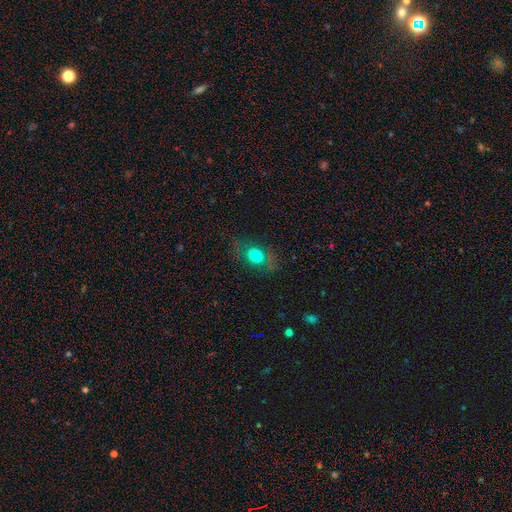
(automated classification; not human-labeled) Q: Smooth or featured?
A: smooth (71%); runner-up: featured or disk (17%)
Q: How rounded?
A: in between (52%); runner-up: round (46%)
Q: Merging?
A: none (70%); runner-up: minor disturbance (18%)